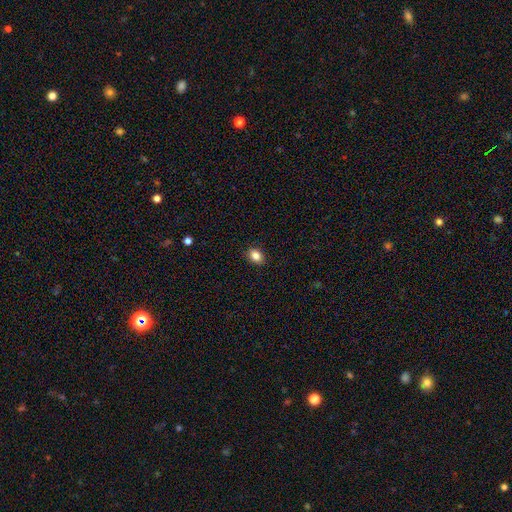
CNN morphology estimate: Overall: smooth (86%). How rounded: in between (76%). Merging: none (90%).